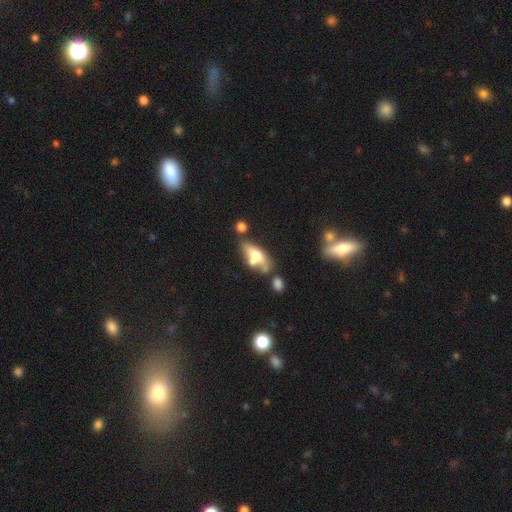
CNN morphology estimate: smooth-or-featured: smooth: 51% | featured or disk: 41% | star or artifact: 8%
  how-rounded: in between: 71% | cigar-shaped: 24% | round: 4%
  merging: none: 38% | merger: 31% | minor disturbance: 18% | major disturbance: 13%